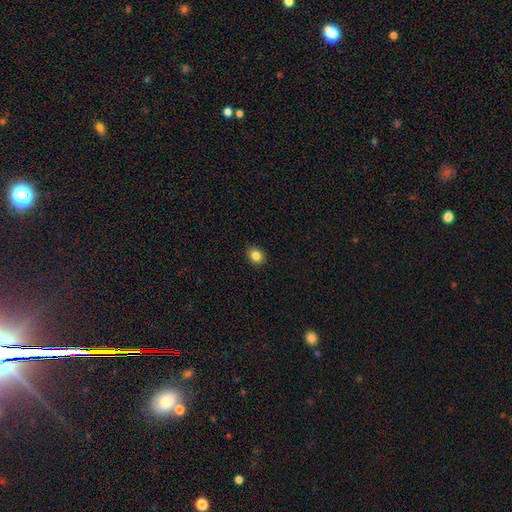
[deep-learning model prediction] Overall: smooth (85%). How rounded: round (61%; in between 38%). Merging: none (91%).